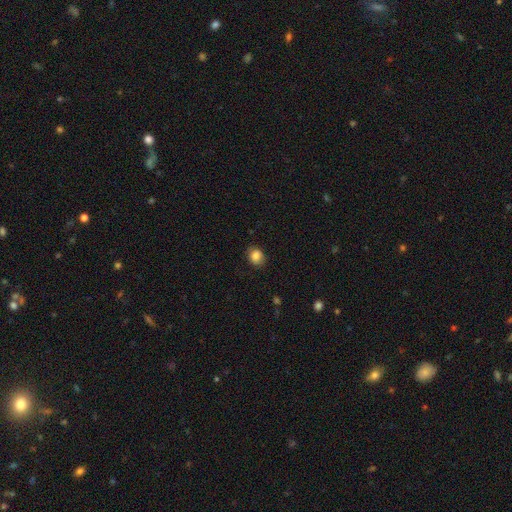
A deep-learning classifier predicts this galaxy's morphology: smooth 84%, star or artifact 9%, featured or disk 7%. Down the decision tree: how rounded — round (60%); merging — none (82%).